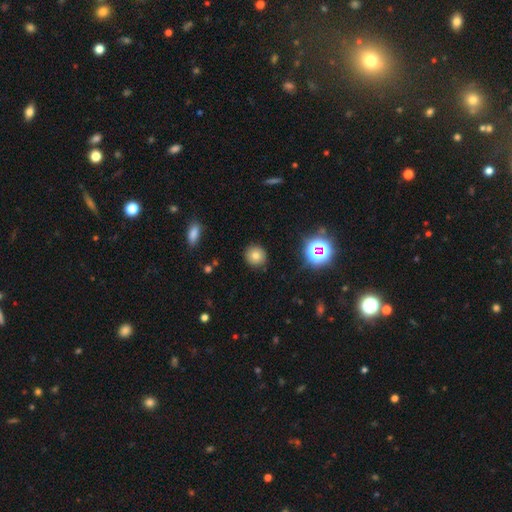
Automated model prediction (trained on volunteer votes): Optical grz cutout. It shows a smooth galaxy with no disk features (73%) that is round (91%). Merging: none (89%).